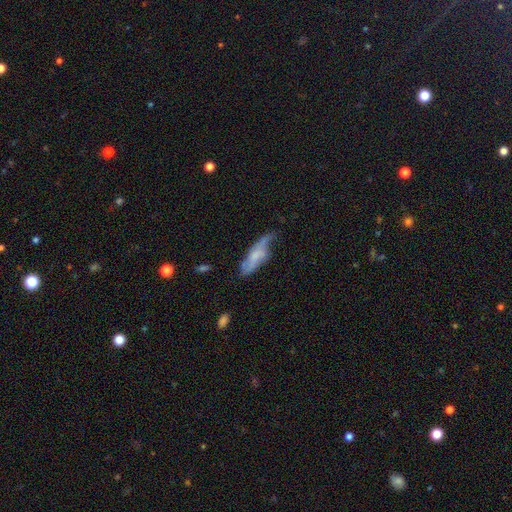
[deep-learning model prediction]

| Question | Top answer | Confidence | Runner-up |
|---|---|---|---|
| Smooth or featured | featured or disk | 48% | smooth (44%) |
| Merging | none | 38% | minor disturbance (35%) |